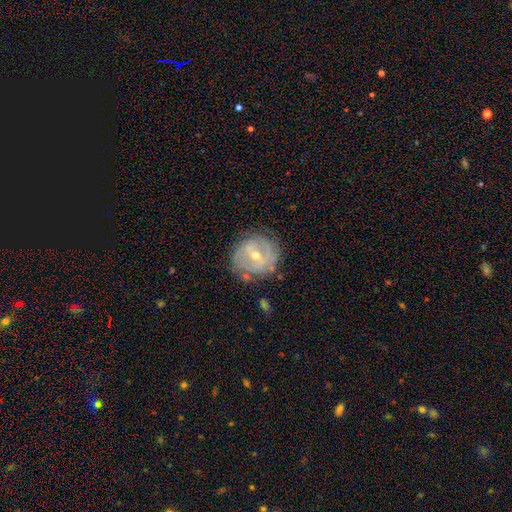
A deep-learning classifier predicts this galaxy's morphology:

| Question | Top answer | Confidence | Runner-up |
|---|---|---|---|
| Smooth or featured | featured or disk | 73% | smooth (19%) |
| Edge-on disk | no | 96% | yes (4%) |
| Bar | weak | 46% | no (35%) |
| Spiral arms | yes | 72% | no (28%) |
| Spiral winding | tight | 61% | medium (27%) |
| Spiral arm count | can't tell | 44% | 2 (34%) |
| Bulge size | moderate | 51% | small (46%) |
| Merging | none | 72% | minor disturbance (18%) |